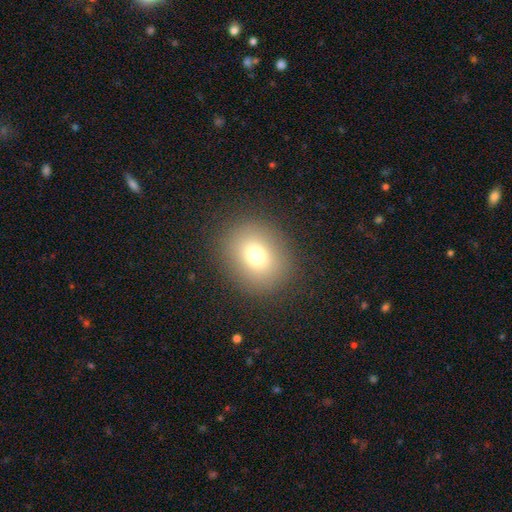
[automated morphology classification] A smooth galaxy with no disk features (75%) that is round (66%). Merging: none (88%).